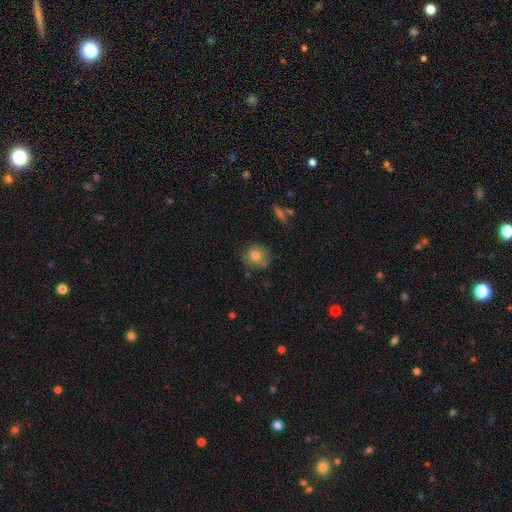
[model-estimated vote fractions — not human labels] Smooth or featured? Predicted: smooth (p=0.77). How rounded? Predicted: round (p=0.87). Merging? Predicted: none (p=0.79).